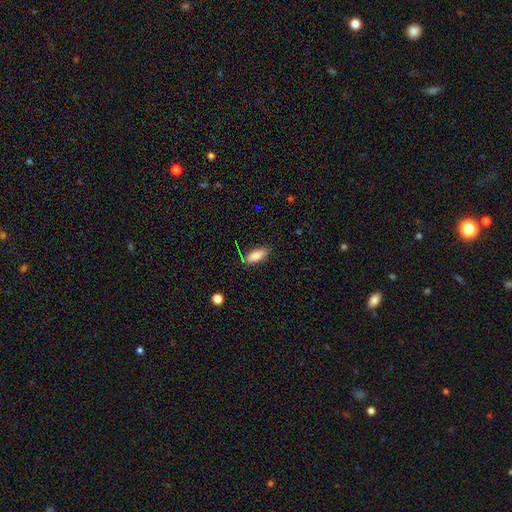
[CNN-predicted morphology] smooth 80%, featured or disk 12%, star or artifact 8%. Down the decision tree: how rounded — in between (71%); merging — none (81%).